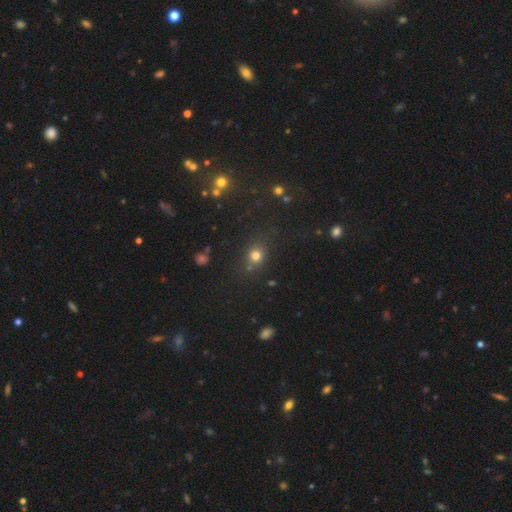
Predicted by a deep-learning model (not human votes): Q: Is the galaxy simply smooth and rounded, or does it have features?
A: smooth — 74%.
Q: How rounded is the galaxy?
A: round — 74%.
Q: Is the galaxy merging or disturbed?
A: none — 76%.